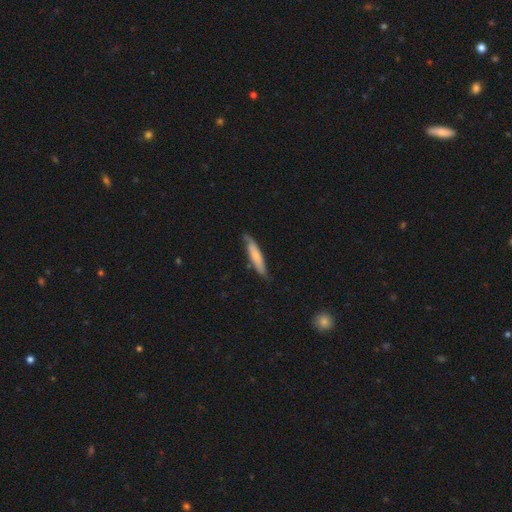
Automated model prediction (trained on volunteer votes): smooth 67%, featured or disk 28%, star or artifact 5%. Down the decision tree: how rounded — cigar-shaped (84%); merging — none (72%).